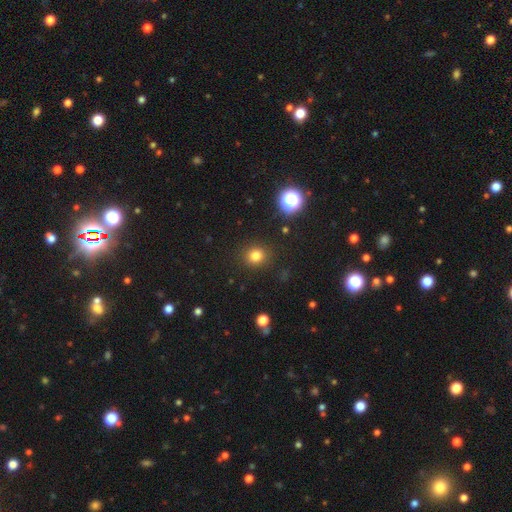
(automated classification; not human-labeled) smooth_or_featured: smooth (p=0.80) [alt: star or artifact p=0.15]
how_rounded: round (p=0.86) [alt: in between p=0.13]
merging: none (p=0.89) [alt: minor disturbance p=0.07]